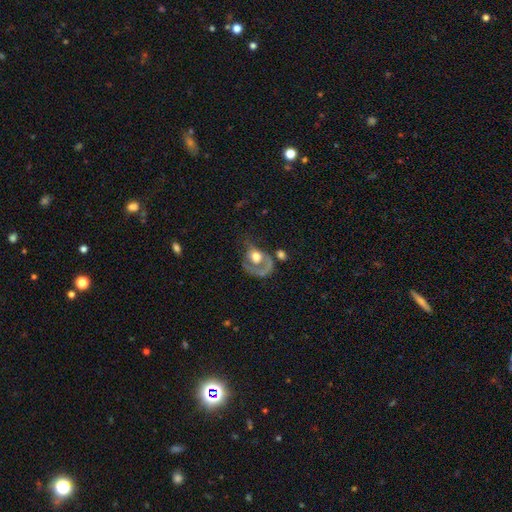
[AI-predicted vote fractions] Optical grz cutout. It shows a featured or disk galaxy (58%) with no bar (84%), spiral arms (53%) and a moderate central bulge (50%). Merging: major disturbance (45%).